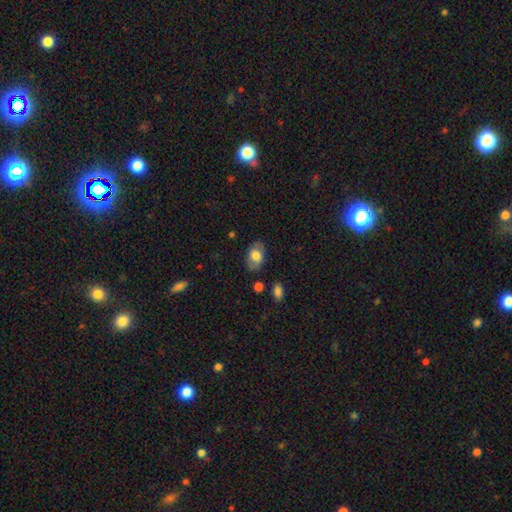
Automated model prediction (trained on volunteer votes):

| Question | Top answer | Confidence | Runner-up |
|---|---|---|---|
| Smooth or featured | smooth | 70% | featured or disk (23%) |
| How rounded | in between | 89% | round (9%) |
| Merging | none | 80% | minor disturbance (14%) |